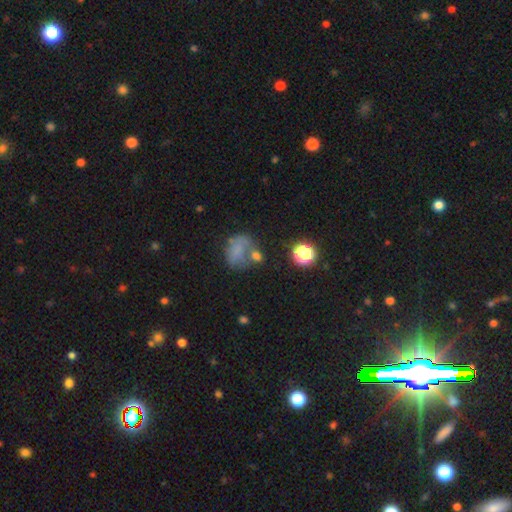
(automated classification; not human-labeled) smooth 56%, featured or disk 27%, star or artifact 18%. Down the decision tree: how rounded — in between (51%); merging — none (33%).